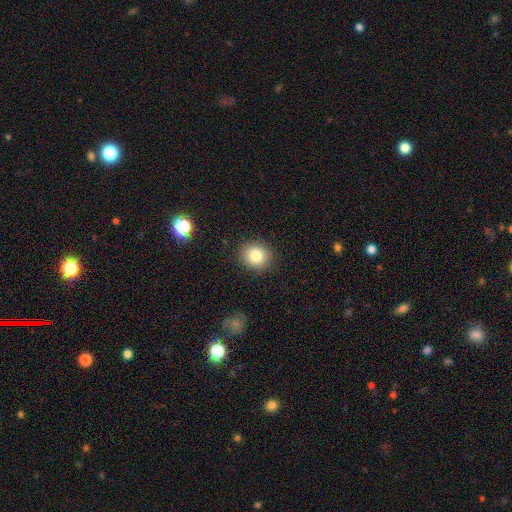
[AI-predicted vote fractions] The model was most divided on "how rounded": round: 81%, in between: 18%, cigar-shaped: 1%. More confident: merging — none (90%); smooth or featured — smooth (81%).